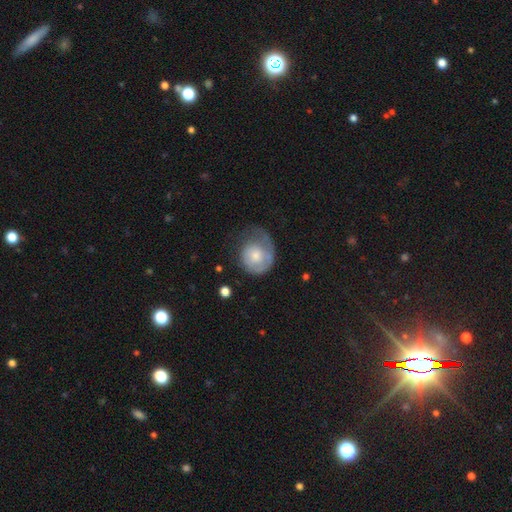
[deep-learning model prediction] Q: Smooth or featured?
A: smooth (47%); tied with: featured or disk (47%)
Q: Merging?
A: major disturbance (36%); runner-up: none (34%)